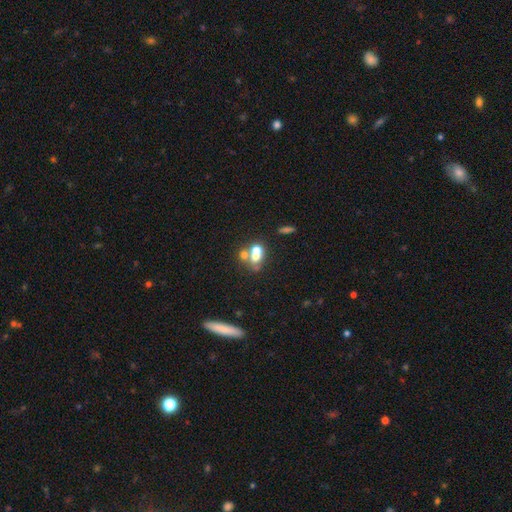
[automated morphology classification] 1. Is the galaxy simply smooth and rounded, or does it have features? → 58% smooth, 28% featured or disk, 14% star or artifact.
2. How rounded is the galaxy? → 50% round, 47% in between, 3% cigar-shaped.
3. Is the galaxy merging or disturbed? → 60% merger, 28% none, 7% minor disturbance, 5% major disturbance.